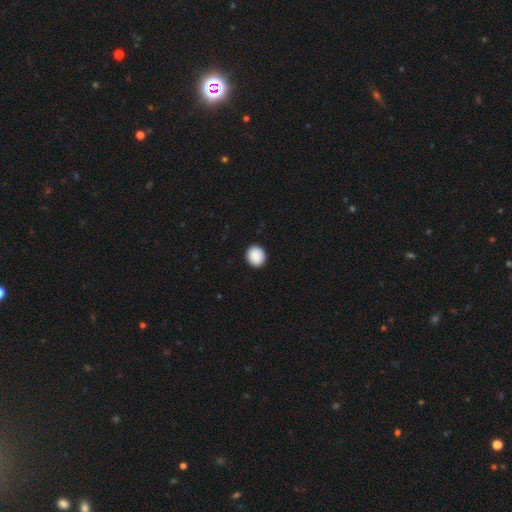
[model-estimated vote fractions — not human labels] smooth-or-featured: smooth: 90% | star or artifact: 7% | featured or disk: 2%
  how-rounded: round: 82% | in between: 17% | cigar-shaped: 1%
  merging: none: 92% | minor disturbance: 5% | major disturbance: 2% | merger: 1%